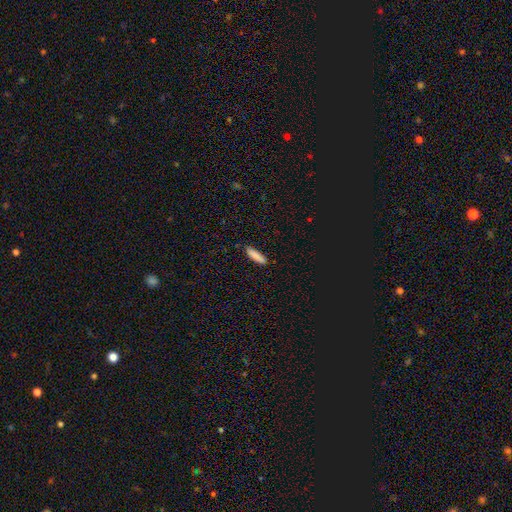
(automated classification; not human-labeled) Overall: smooth (86%). How rounded: cigar-shaped (73%). Merging: none (86%).